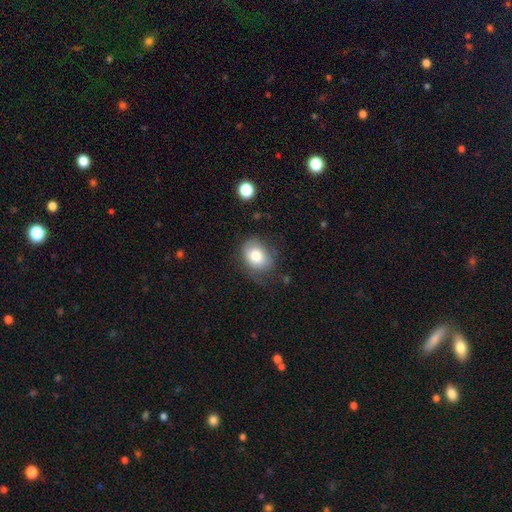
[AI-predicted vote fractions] smooth-or-featured: smooth: 76% | featured or disk: 16% | star or artifact: 8%
  how-rounded: in between: 61% | round: 38% | cigar-shaped: 1%
  merging: none: 60% | minor disturbance: 27% | major disturbance: 11% | merger: 2%